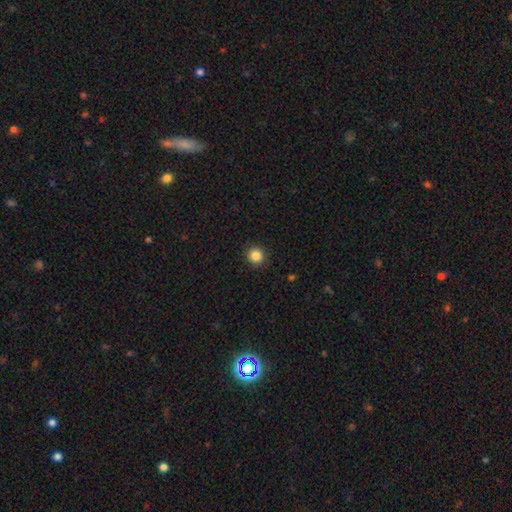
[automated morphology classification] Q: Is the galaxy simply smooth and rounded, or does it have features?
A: smooth — 85%.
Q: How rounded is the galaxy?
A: round — 92%.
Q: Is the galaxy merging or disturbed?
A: none — 92%.